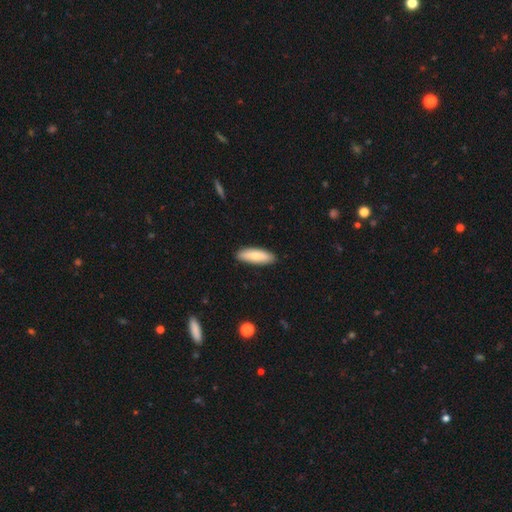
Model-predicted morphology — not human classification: smooth 79%, featured or disk 16%, star or artifact 5%. Down the decision tree: how rounded — in between (52%); merging — none (89%).